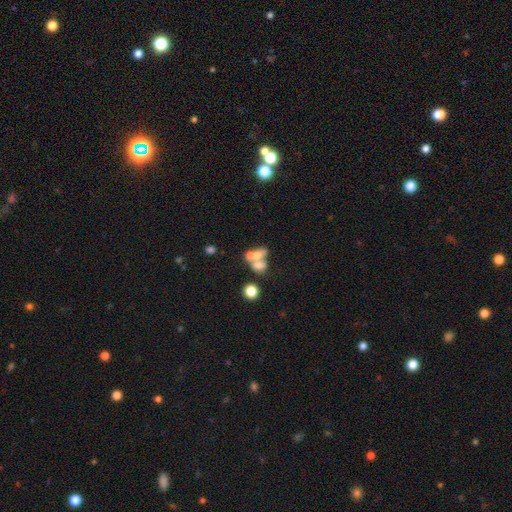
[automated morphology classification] Smooth or featured? smooth (53%)
How rounded? in between (69%)
Merging? merger (64%)